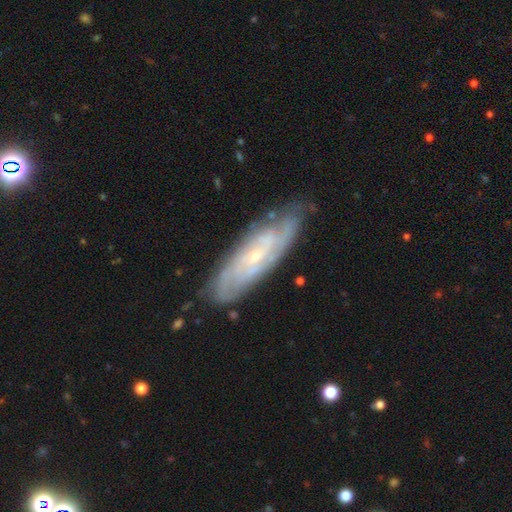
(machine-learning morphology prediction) A featured or disk galaxy (78%) with no bar (59%), tight (64%) spiral arms (91%) and a small central bulge (77%).

Vote fractions:
- Smooth or featured? featured or disk: 78% / smooth: 16% / star or artifact: 6%
- Edge-on disk? no: 83% / yes: 17%
- Bar? no: 59% / weak: 33% / strong: 8%
- Spiral arms? yes: 91% / no: 9%
- Spiral winding? tight: 64% / medium: 29% / loose: 7%
- Spiral arm count? can't tell: 50% / 2: 19% / 3: 12% / 4: 10% / more than 4: 5% / 1: 4%
- Bulge size? small: 77% / moderate: 18% / none: 3% / large: 1% / dominant: 1%
- Merging? none: 77% / minor disturbance: 17% / major disturbance: 4% / merger: 2%